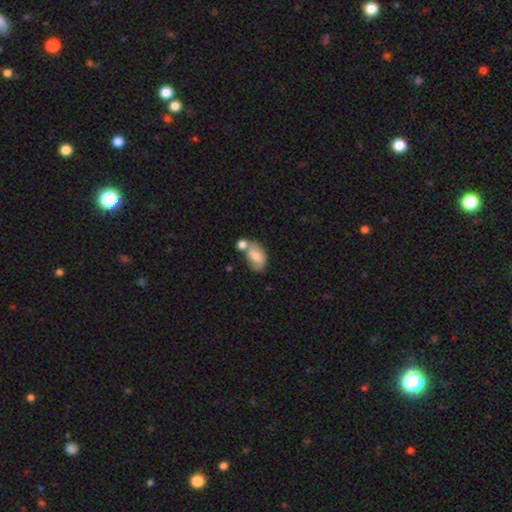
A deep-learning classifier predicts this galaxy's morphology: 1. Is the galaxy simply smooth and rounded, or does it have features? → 71% smooth, 21% featured or disk, 8% star or artifact.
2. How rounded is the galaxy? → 86% in between, 12% round, 2% cigar-shaped.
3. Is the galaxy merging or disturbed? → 40% merger, 34% none, 18% minor disturbance, 8% major disturbance.